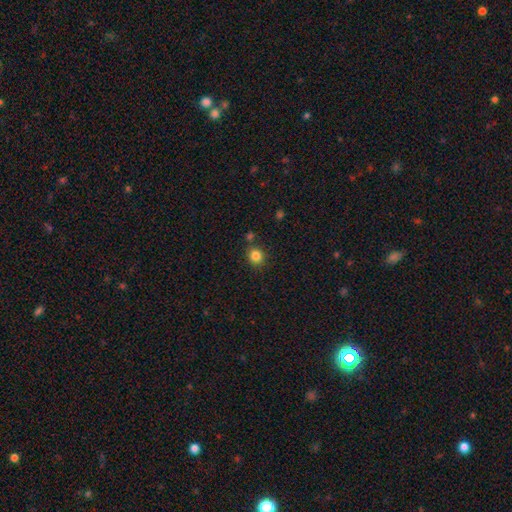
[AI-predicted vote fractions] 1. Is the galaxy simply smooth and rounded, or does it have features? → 84% smooth, 12% star or artifact, 5% featured or disk.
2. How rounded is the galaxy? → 84% round, 15% in between, 1% cigar-shaped.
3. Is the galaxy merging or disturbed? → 81% none, 10% minor disturbance, 6% merger, 3% major disturbance.